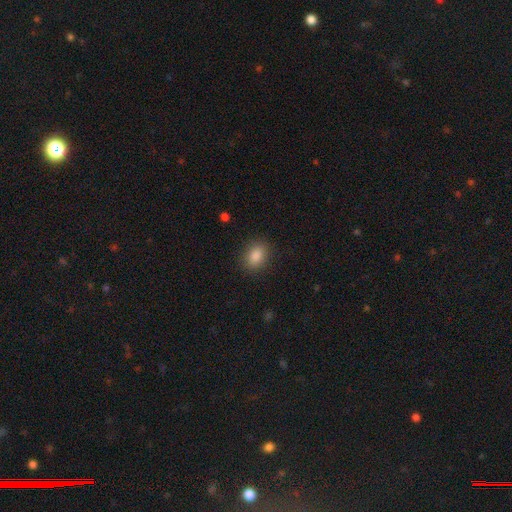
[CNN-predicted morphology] Smooth or featured? Predicted: smooth (p=0.86). How rounded? Predicted: in between (p=0.69). Merging? Predicted: none (p=0.88).